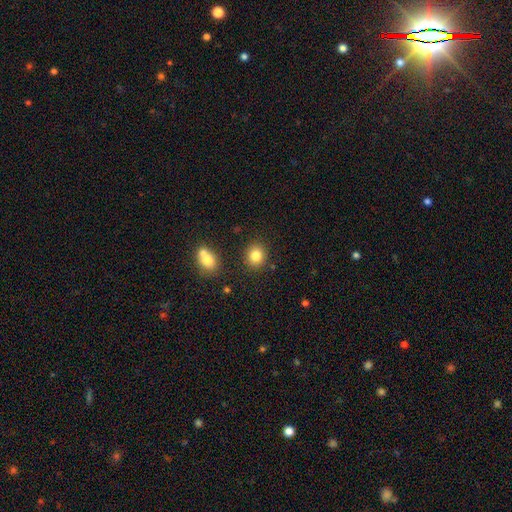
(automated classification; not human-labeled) The model was most divided on "how rounded": round: 81%, in between: 18%, cigar-shaped: 1%. More confident: merging — none (85%); smooth or featured — smooth (82%).